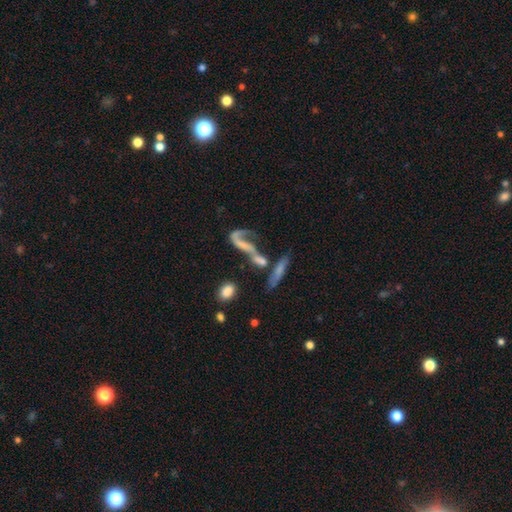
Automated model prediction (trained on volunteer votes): Smooth or featured? featured or disk (56%)
Edge-on disk? no (56%)
Merging? merger (41%)